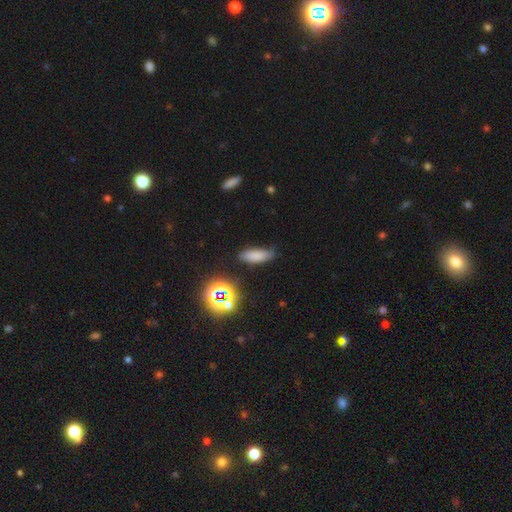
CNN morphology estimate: This is likely a smooth galaxy (75%). How rounded: likely in between (61%). Merging: likely none (75%).